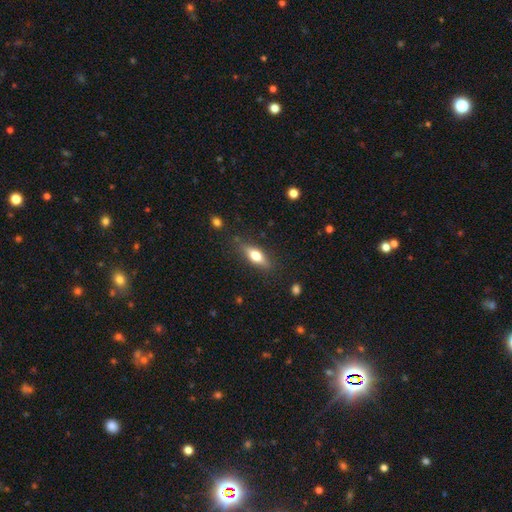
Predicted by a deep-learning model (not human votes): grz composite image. It shows a smooth galaxy with no disk features (54%) that is in between round and cigar-shaped (53%). Merging: none (82%).